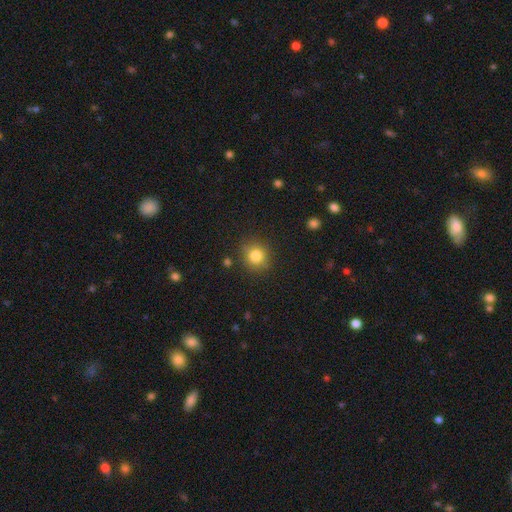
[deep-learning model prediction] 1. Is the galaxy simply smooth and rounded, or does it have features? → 82% smooth, 11% star or artifact, 6% featured or disk.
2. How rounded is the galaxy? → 87% round, 12% in between, 1% cigar-shaped.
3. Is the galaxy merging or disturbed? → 86% none, 9% minor disturbance, 3% major disturbance, 2% merger.